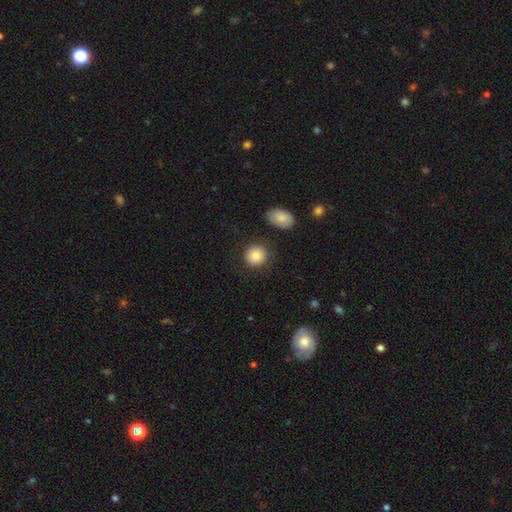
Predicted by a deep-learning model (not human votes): Smooth or featured? smooth (85%)
How rounded? round (90%)
Merging? none (84%)